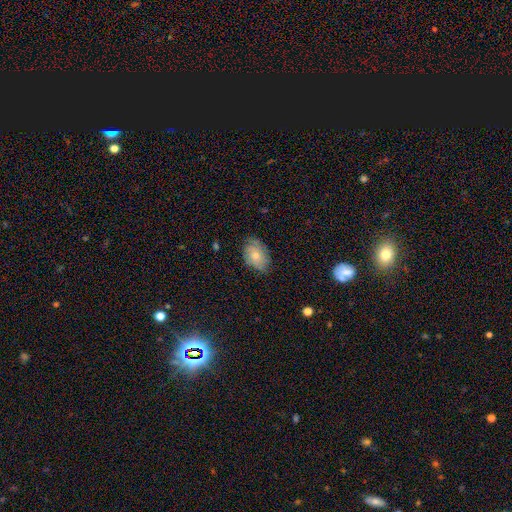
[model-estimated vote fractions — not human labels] A smooth galaxy with no disk features (59%) that is in between round and cigar-shaped (83%).

Vote fractions:
- Smooth or featured? smooth: 59% / featured or disk: 33% / star or artifact: 8%
- How rounded? in between: 83% / round: 15% / cigar-shaped: 1%
- Merging? none: 71% / minor disturbance: 22% / major disturbance: 5% / merger: 1%